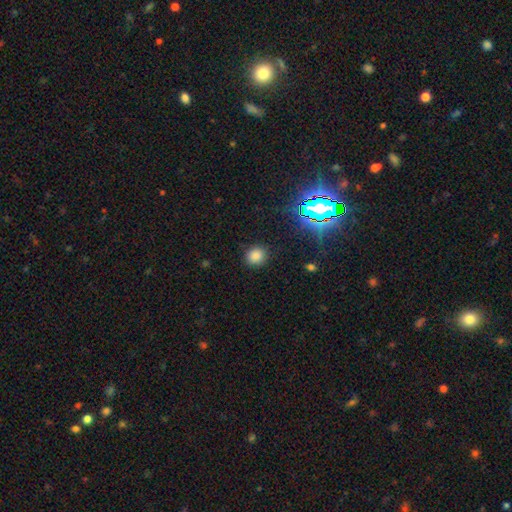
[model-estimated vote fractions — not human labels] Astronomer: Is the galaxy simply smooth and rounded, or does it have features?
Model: smooth — 78%.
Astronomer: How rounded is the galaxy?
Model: round — 82%.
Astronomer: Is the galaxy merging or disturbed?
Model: none — 87%.